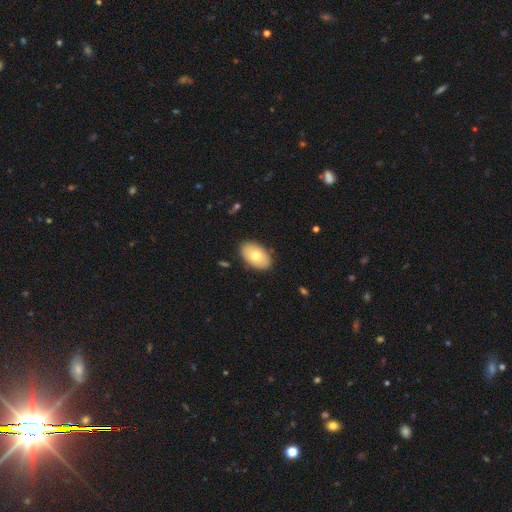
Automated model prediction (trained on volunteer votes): A smooth galaxy with no disk features (71%) that is in between round and cigar-shaped (93%). Merging: none (87%).